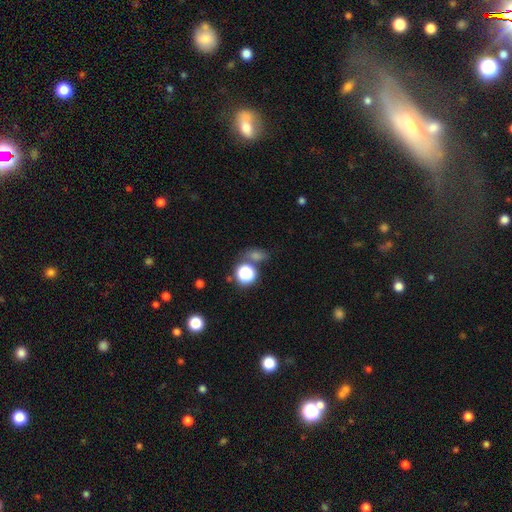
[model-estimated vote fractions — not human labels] smooth-or-featured: star or artifact: 49% | smooth: 40% | featured or disk: 12%